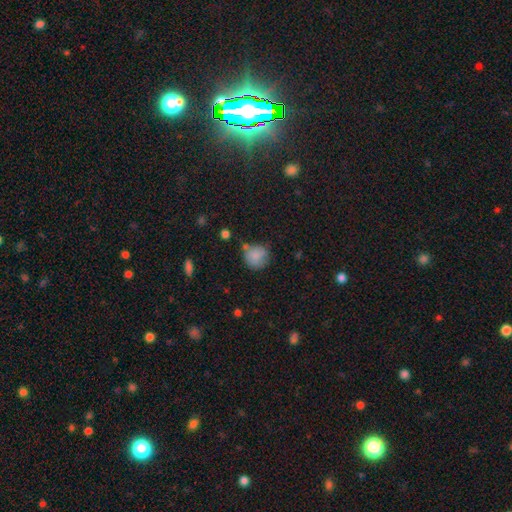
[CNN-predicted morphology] Q: Smooth or featured?
A: smooth (83%); runner-up: star or artifact (9%)
Q: How rounded?
A: round (87%); runner-up: in between (12%)
Q: Merging?
A: none (60%); runner-up: minor disturbance (25%)